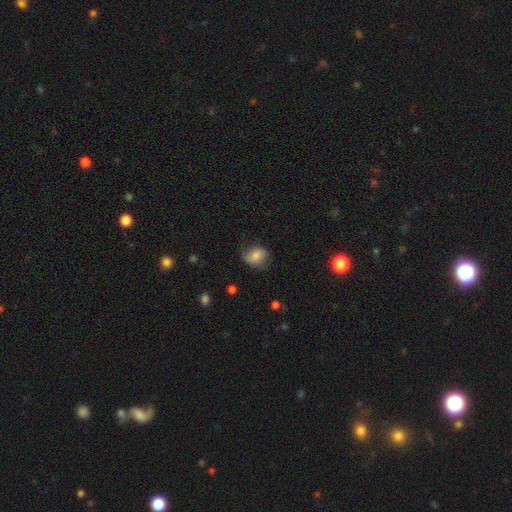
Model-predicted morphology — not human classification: This appears to be a smooth galaxy with no disk features (67%) that is in between round and cigar-shaped (57%). Merging: none (62%).